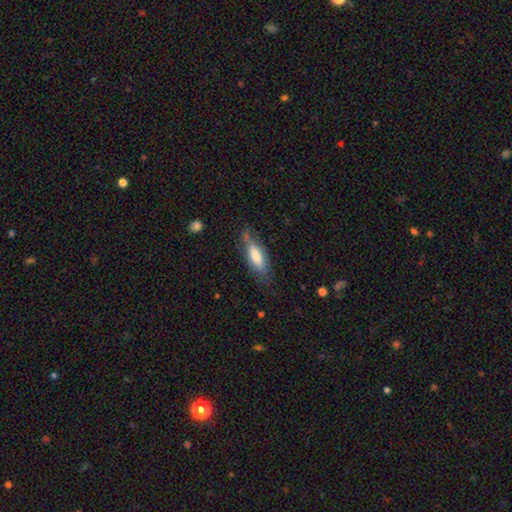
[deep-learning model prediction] smooth 67%, featured or disk 27%, star or artifact 6%. Down the decision tree: how rounded — in between (56%); merging — none (71%).